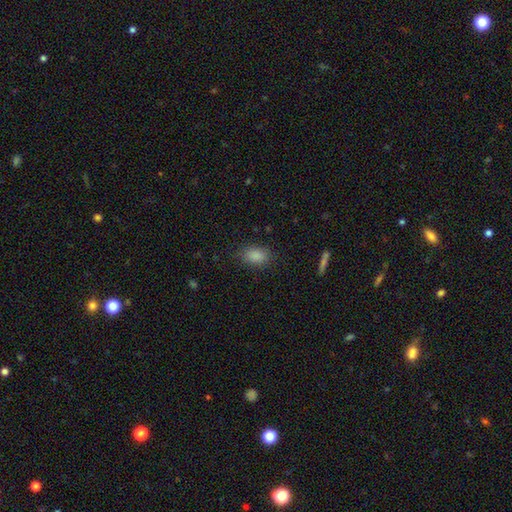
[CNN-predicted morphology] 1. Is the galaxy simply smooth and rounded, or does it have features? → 87% smooth, 9% star or artifact, 4% featured or disk.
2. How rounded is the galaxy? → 85% in between, 13% round, 2% cigar-shaped.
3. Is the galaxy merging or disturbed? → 83% none, 12% minor disturbance, 4% major disturbance, 1% merger.